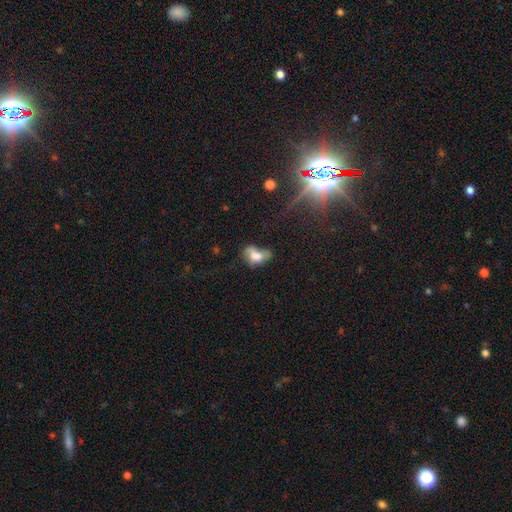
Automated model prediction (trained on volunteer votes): A smooth galaxy with no disk features (60%) that is in between round and cigar-shaped (80%).

Vote fractions:
- Smooth or featured? smooth: 60% / featured or disk: 28% / star or artifact: 13%
- How rounded? in between: 80% / round: 17% / cigar-shaped: 2%
- Merging? major disturbance: 28% / none: 24% / minor disturbance: 24% / merger: 24%